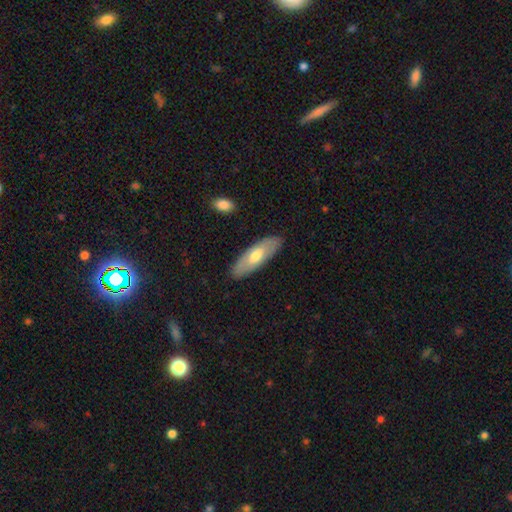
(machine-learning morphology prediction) type=smooth (61%); roundness=in between (63%); merging=none (87%).